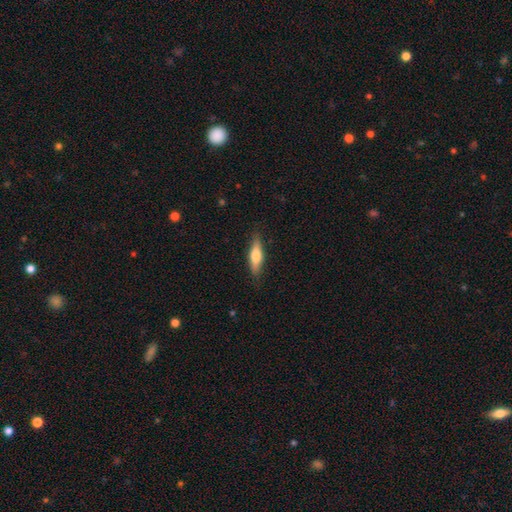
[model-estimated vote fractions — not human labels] Q: Smooth or featured?
A: smooth (61%); runner-up: featured or disk (34%)
Q: How rounded?
A: cigar-shaped (65%); runner-up: in between (33%)
Q: Merging?
A: none (85%); runner-up: minor disturbance (11%)